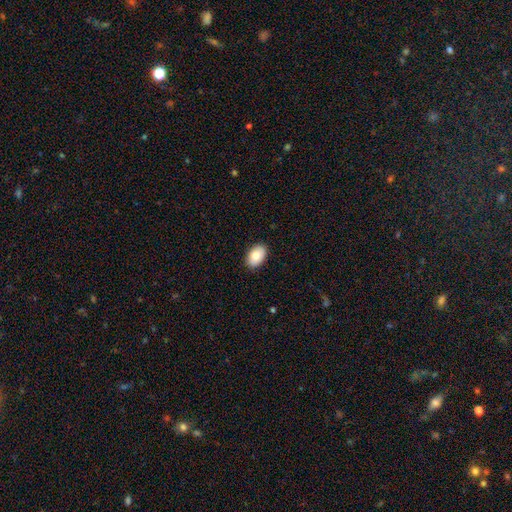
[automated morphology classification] Overall: smooth (79%). How rounded: in between (90%). Merging: none (89%).